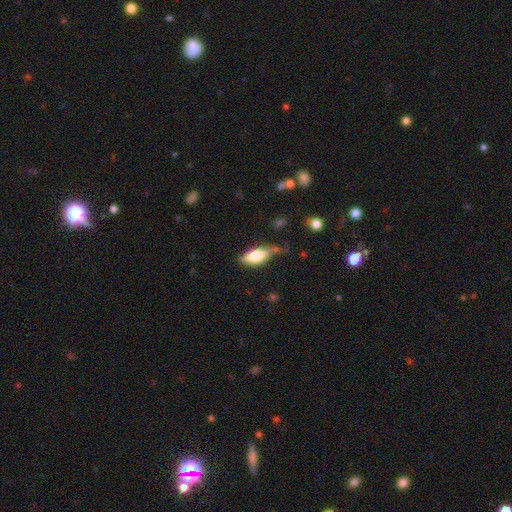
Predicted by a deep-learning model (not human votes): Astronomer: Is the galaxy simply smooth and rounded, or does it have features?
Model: smooth — 74%.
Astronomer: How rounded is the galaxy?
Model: in between — 83%.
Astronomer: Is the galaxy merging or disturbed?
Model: none — 52% (runner-up: minor disturbance, 31%).